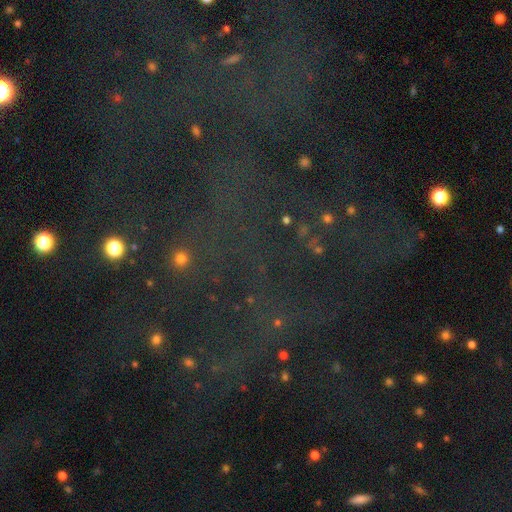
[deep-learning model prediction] smooth-or-featured: star or artifact: 72% | smooth: 15% | featured or disk: 13%